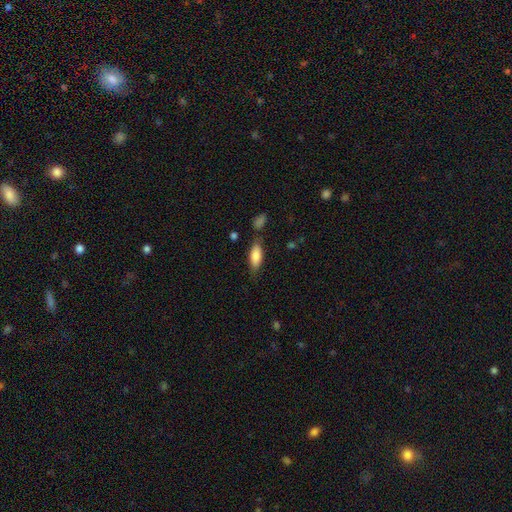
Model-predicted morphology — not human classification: smooth_or_featured: smooth (p=0.82) [alt: featured or disk p=0.11]
how_rounded: in between (p=0.73) [alt: cigar-shaped p=0.25]
merging: none (p=0.73) [alt: minor disturbance p=0.16]